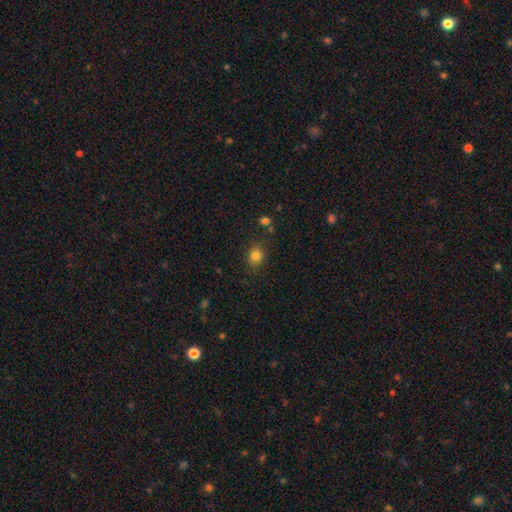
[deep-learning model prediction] Smooth or featured? smooth (82%)
How rounded? round (72%)
Merging? none (82%)